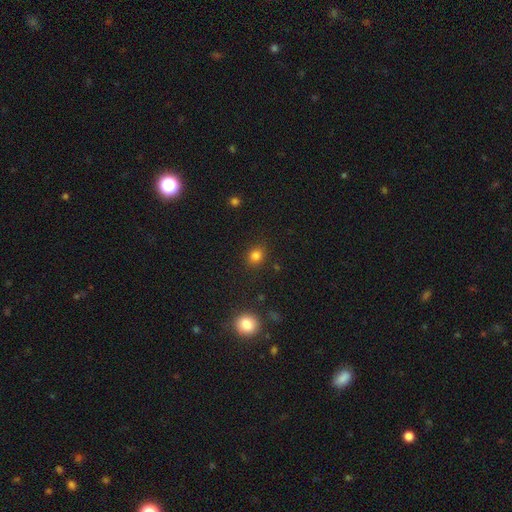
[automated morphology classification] Smooth or featured?
  - smooth: 82% *
  - star or artifact: 13%
  - featured or disk: 5%
How rounded?
  - round: 70% *
  - in between: 29%
  - cigar-shaped: 1%
Merging?
  - none: 86% *
  - minor disturbance: 9%
  - major disturbance: 3%
  - merger: 2%